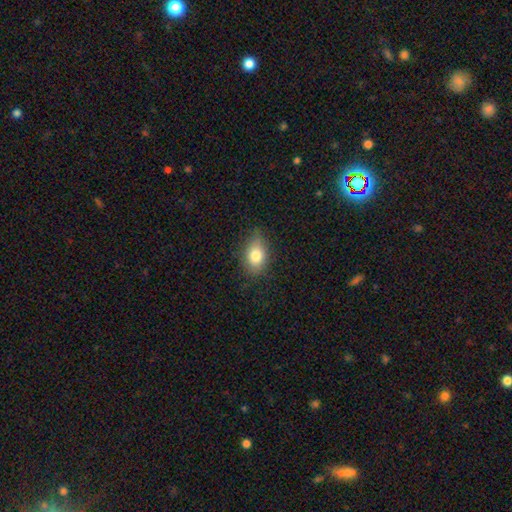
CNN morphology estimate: Smooth or featured? Predicted: smooth (p=0.80). How rounded? Predicted: in between (p=0.79). Merging? Predicted: none (p=0.76).